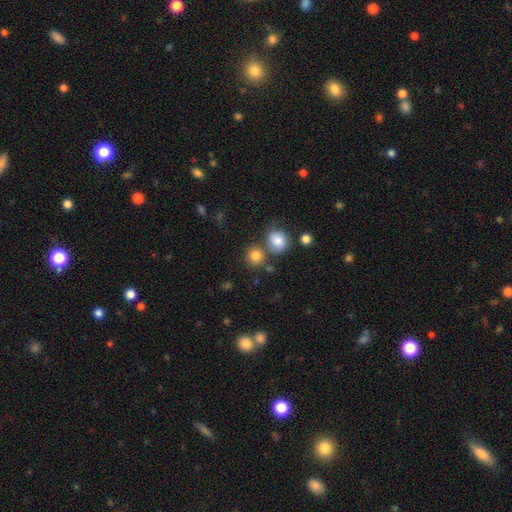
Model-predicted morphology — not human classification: Smooth or featured: smooth — 82% (star or artifact — 10%)
How rounded: round — 85% (in between — 14%)
Merging: none — 64% (merger — 23%)